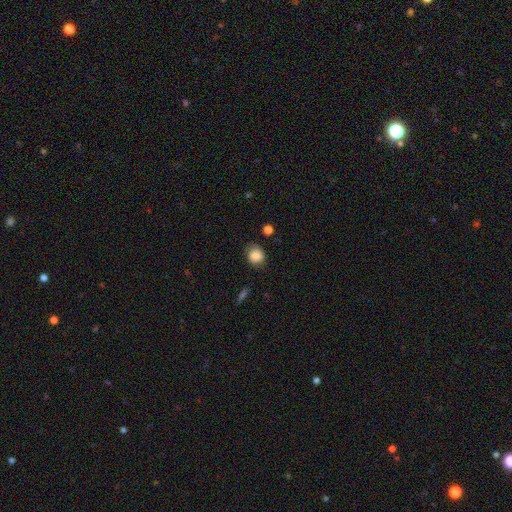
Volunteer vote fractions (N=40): smooth 88%, featured or disk 8%, star or artifact 5%. Down the decision tree: how rounded — round (51%); merging — none (66%).